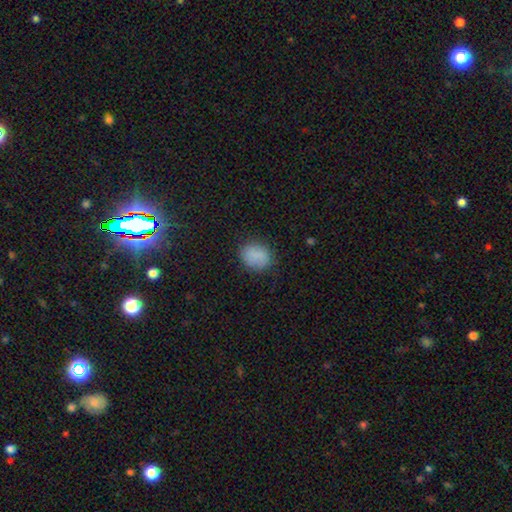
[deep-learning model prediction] The model was most divided on "how rounded": round: 53%, in between: 46%, cigar-shaped: 1%. More confident: smooth or featured — smooth (84%); merging — none (80%).